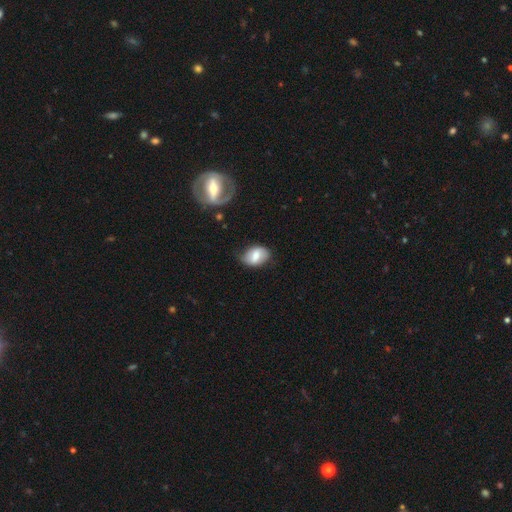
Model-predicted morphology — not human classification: type=smooth (67%); roundness=in between (82%); merging=none (70%).